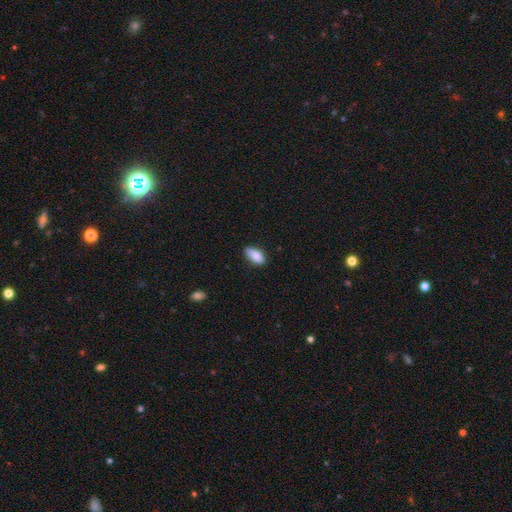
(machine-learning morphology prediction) Smooth or featured? Predicted: smooth (p=0.87). How rounded? Predicted: in between (p=0.91). Merging? Predicted: none (p=0.74).